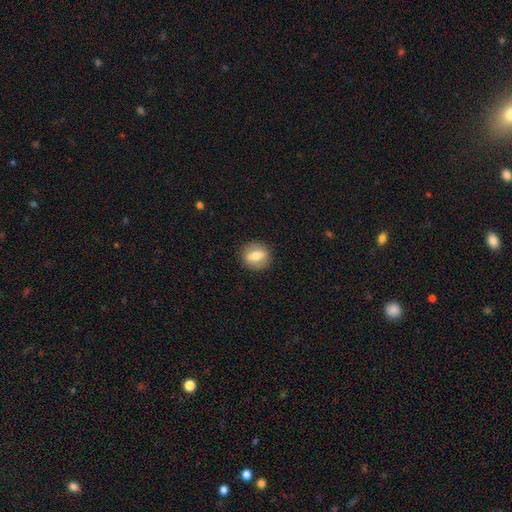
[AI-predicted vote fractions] Q: Smooth or featured?
A: smooth (65%); runner-up: featured or disk (27%)
Q: How rounded?
A: round (74%); runner-up: in between (25%)
Q: Merging?
A: none (89%); runner-up: minor disturbance (8%)